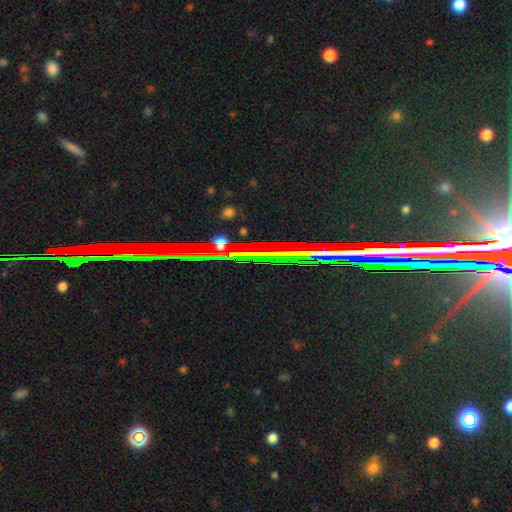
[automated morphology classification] smooth-or-featured: star or artifact: 74% | featured or disk: 15% | smooth: 11%